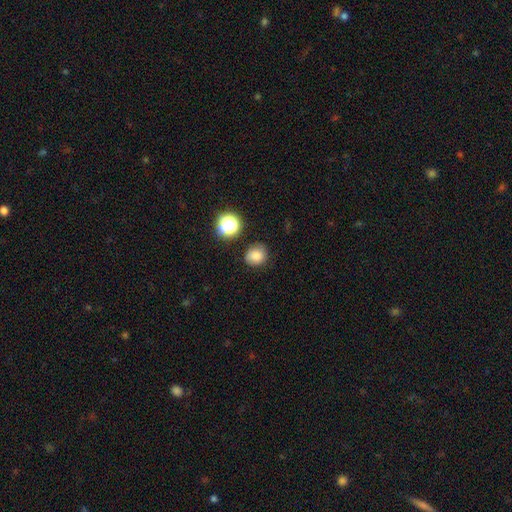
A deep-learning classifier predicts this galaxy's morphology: The model was most divided on "how rounded": round: 78%, in between: 21%, cigar-shaped: 1%. More confident: smooth or featured — smooth (79%); merging — none (79%).